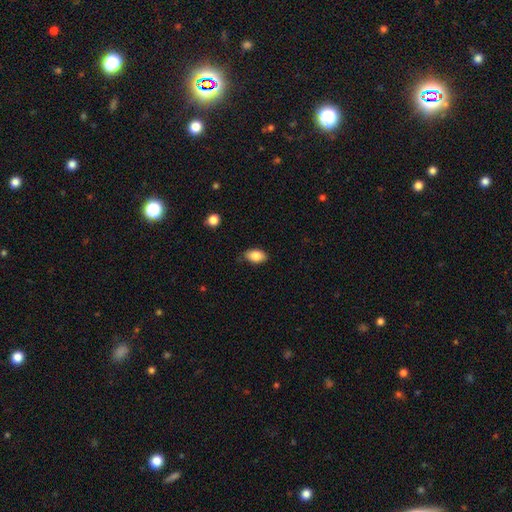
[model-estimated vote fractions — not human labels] This is clearly a smooth galaxy (85%). How rounded: clearly in between (90%). Merging: likely none (78%).